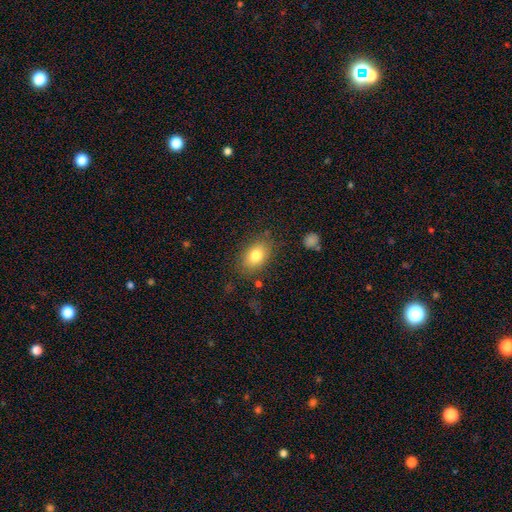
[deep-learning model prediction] Smooth or featured? Predicted: smooth (p=0.80). How rounded? Predicted: in between (p=0.84). Merging? Predicted: none (p=0.80).